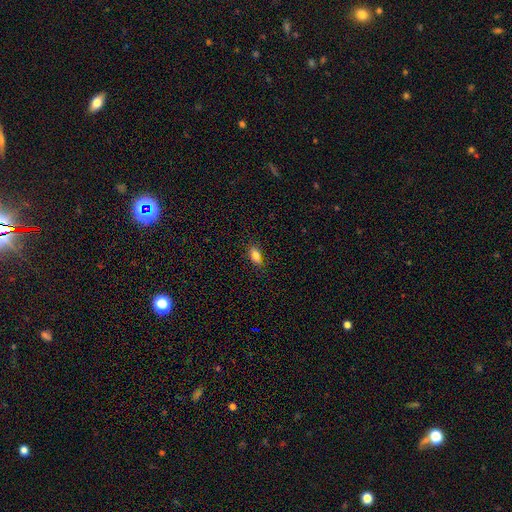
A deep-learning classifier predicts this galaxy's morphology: type=smooth (81%); roundness=in between (82%); merging=none (84%).